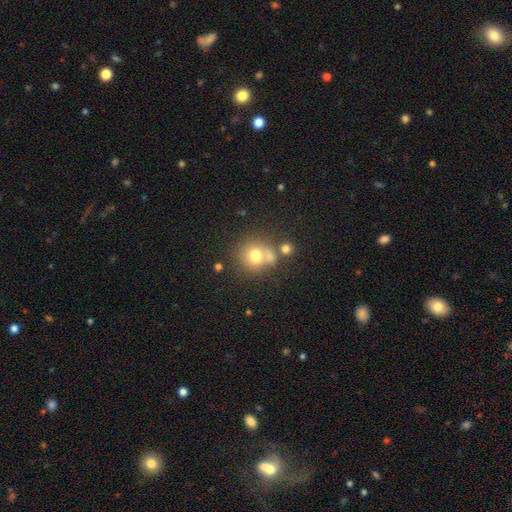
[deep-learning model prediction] This is likely a smooth galaxy (72%). How rounded: clearly round (85%). Merging: possibly none (49%).